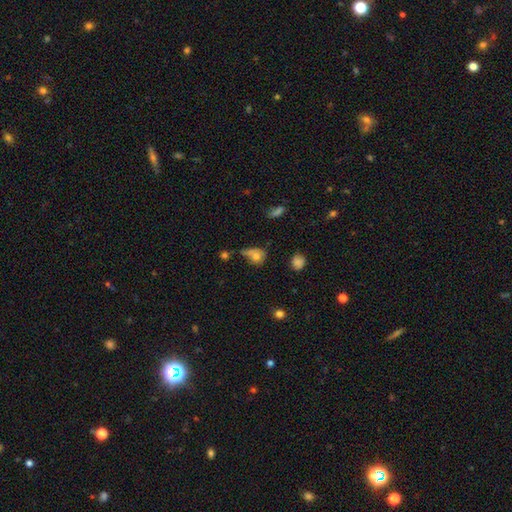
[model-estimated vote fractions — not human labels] This appears to be a smooth galaxy with no disk features (68%) that is round (53%). Merging: none (32%).